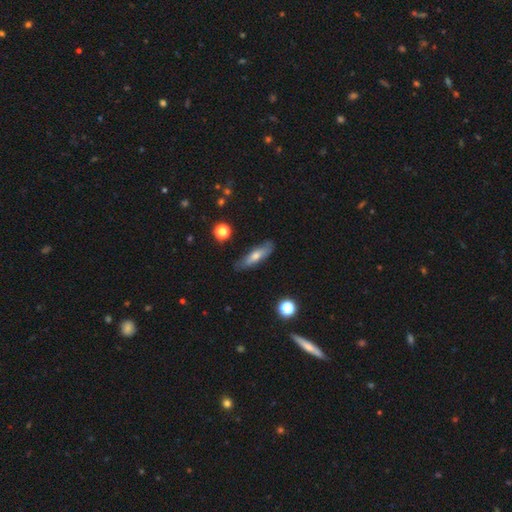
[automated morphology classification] smooth 54%, featured or disk 38%, star or artifact 8%. Down the decision tree: how rounded — cigar-shaped (66%); merging — none (83%).